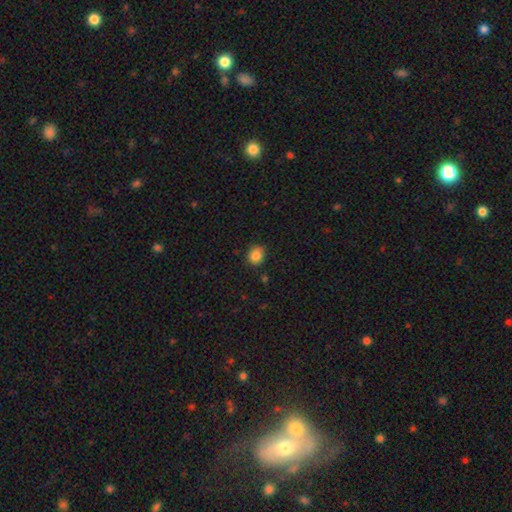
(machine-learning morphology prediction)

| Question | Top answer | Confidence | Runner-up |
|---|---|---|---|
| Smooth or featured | smooth | 85% | star or artifact (10%) |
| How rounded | round | 70% | in between (29%) |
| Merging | none | 82% | minor disturbance (14%) |